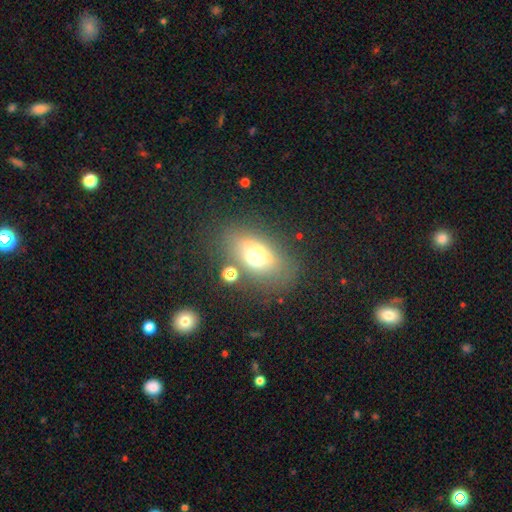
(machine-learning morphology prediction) Overall: smooth (46%; featured or disk 39%). Merging: none (52%; merger 21%).